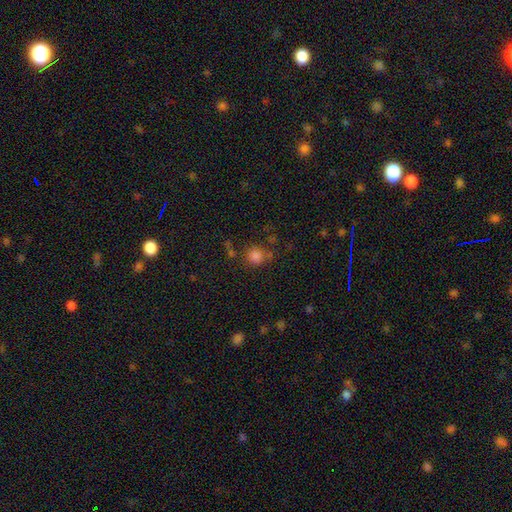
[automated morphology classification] smooth_or_featured: smooth (p=0.80) [alt: star or artifact p=0.14]
how_rounded: round (p=0.90) [alt: in between p=0.09]
merging: none (p=0.70) [alt: minor disturbance p=0.14]